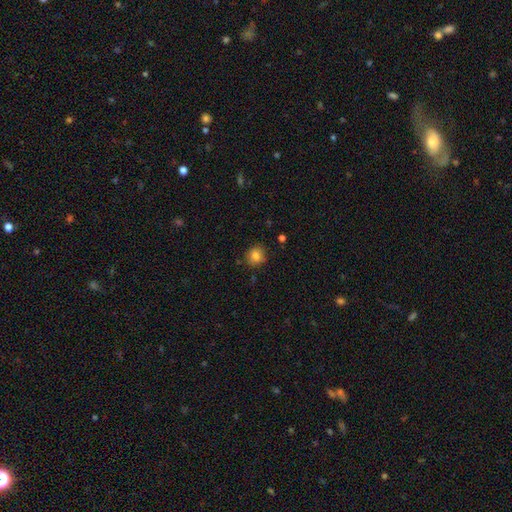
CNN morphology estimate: This appears to be a smooth galaxy with no disk features (83%) that is round (80%). Merging: none (84%).